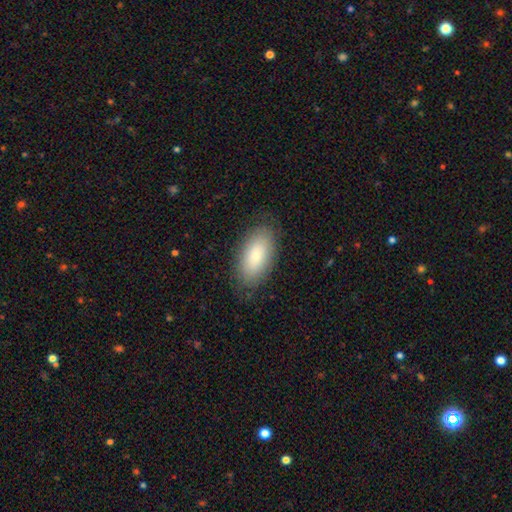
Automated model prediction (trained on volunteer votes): smooth_or_featured: smooth (p=0.81) [alt: featured or disk p=0.13]
how_rounded: in between (p=0.94) [alt: cigar-shaped p=0.03]
merging: none (p=0.82) [alt: minor disturbance p=0.13]